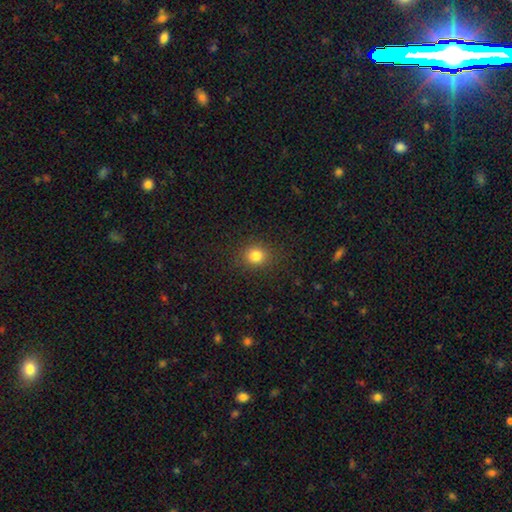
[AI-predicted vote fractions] smooth_or_featured: smooth (p=0.82) [alt: star or artifact p=0.13]
how_rounded: round (p=0.79) [alt: in between p=0.20]
merging: none (p=0.88) [alt: minor disturbance p=0.08]